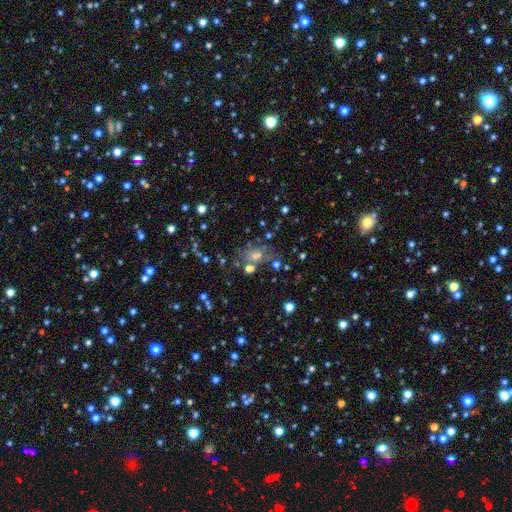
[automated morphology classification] This is marginally a smooth galaxy (43%). Merging: likely none (60%).